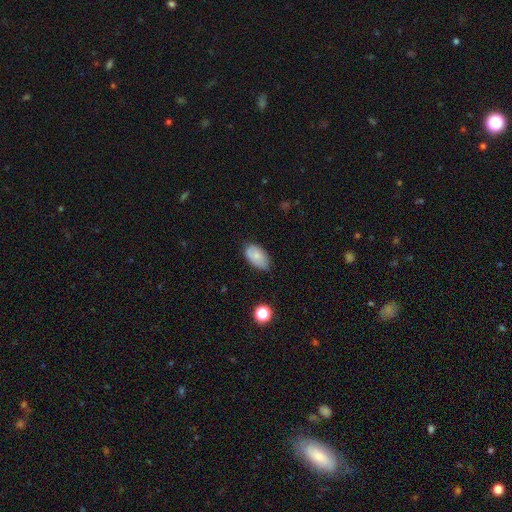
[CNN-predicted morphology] Overall: smooth (78%). How rounded: in between (93%). Merging: none (74%).